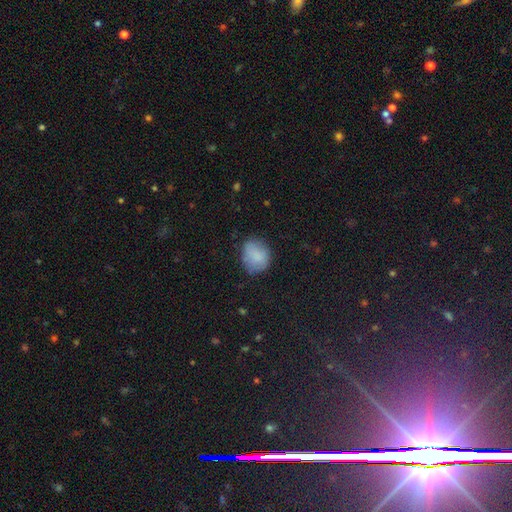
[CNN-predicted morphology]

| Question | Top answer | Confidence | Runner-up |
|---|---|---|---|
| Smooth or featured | smooth | 82% | featured or disk (10%) |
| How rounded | round | 56% | in between (43%) |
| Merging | none | 69% | minor disturbance (23%) |